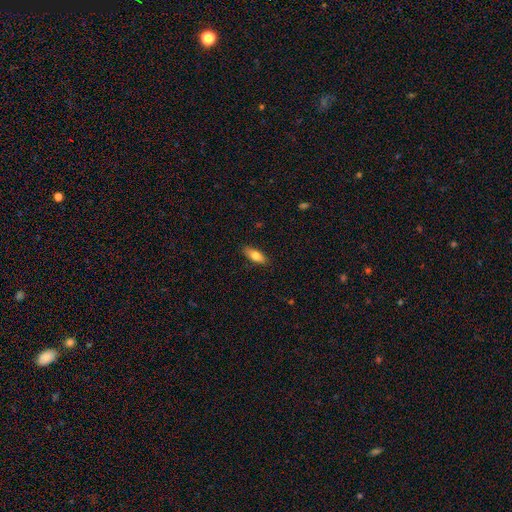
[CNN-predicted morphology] Smooth or featured?
  - smooth: 75% *
  - featured or disk: 18%
  - star or artifact: 7%
How rounded?
  - in between: 73% *
  - cigar-shaped: 24%
  - round: 3%
Merging?
  - none: 87% *
  - minor disturbance: 10%
  - major disturbance: 2%
  - merger: 1%